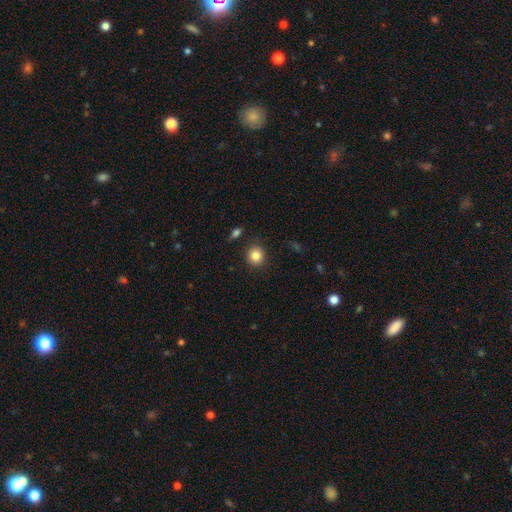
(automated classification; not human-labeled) A smooth galaxy with no disk features (85%) that is round (87%).

Vote fractions:
- Smooth or featured? smooth: 85% / star or artifact: 10% / featured or disk: 5%
- How rounded? round: 87% / in between: 12% / cigar-shaped: 1%
- Merging? none: 87% / minor disturbance: 8% / major disturbance: 3% / merger: 2%